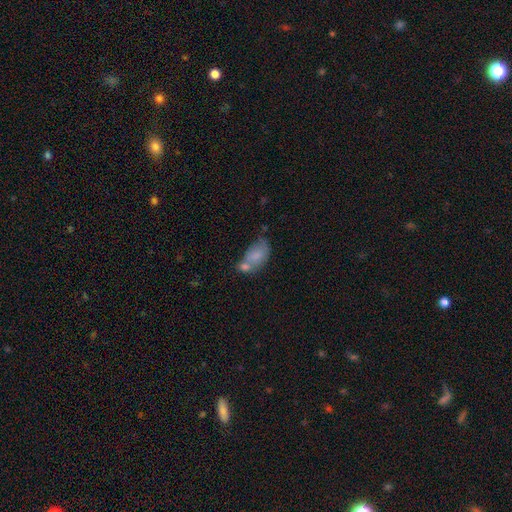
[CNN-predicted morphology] Overall: smooth (75%). How rounded: in between (89%). Merging: merger (49%; none 25%).